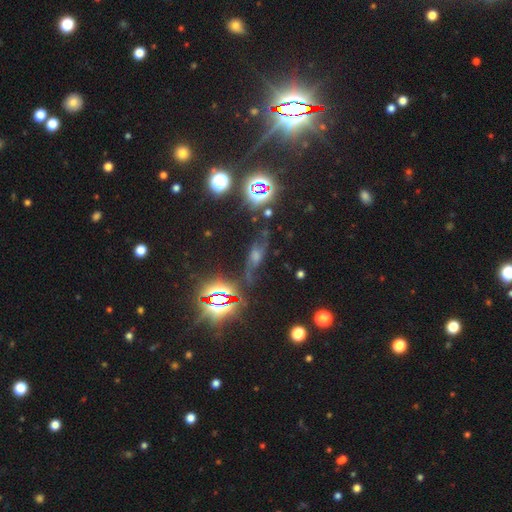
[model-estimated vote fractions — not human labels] smooth_or_featured: star or artifact (p=0.46) [alt: featured or disk p=0.32]